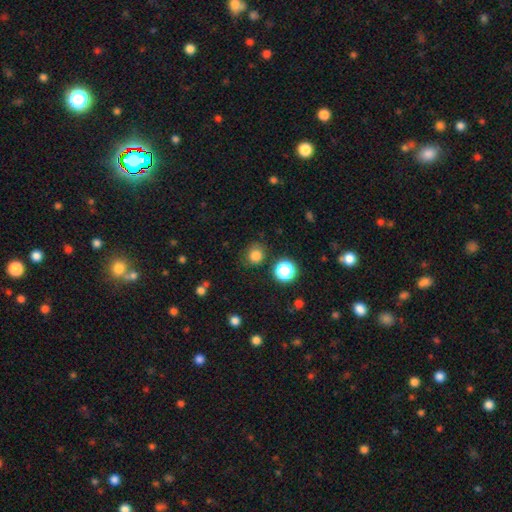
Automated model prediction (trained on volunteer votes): A smooth galaxy with no disk features (80%) that is round (86%).

Vote fractions:
- Smooth or featured? smooth: 80% / star or artifact: 15% / featured or disk: 5%
- How rounded? round: 86% / in between: 13% / cigar-shaped: 1%
- Merging? none: 79% / minor disturbance: 14% / major disturbance: 4% / merger: 3%